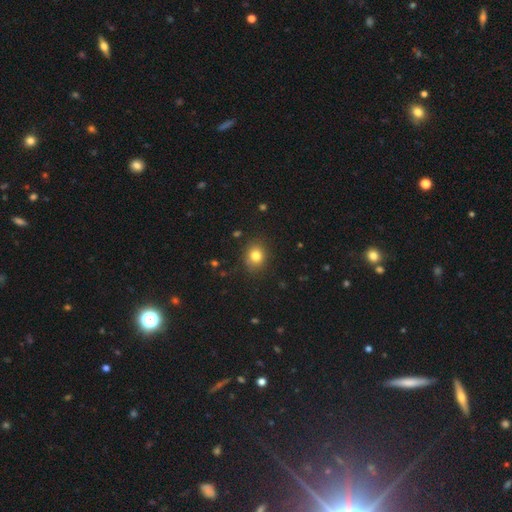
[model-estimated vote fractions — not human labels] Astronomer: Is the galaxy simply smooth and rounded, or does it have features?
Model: smooth — 81%.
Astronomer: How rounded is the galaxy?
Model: round — 66%.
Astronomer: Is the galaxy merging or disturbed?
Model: none — 86%.